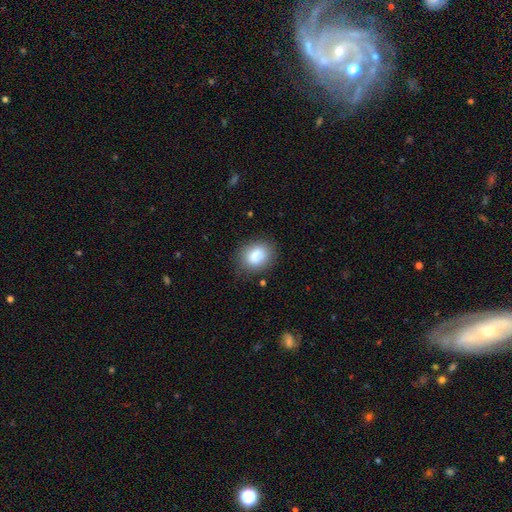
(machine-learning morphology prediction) The model was most divided on "how rounded": in between: 53%, round: 46%, cigar-shaped: 1%. More confident: smooth or featured — smooth (81%); merging — none (71%).